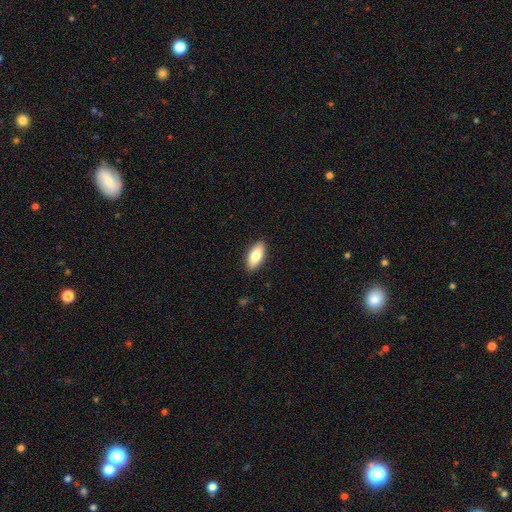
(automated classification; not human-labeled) Smooth or featured? smooth (80%)
How rounded? in between (86%)
Merging? none (89%)